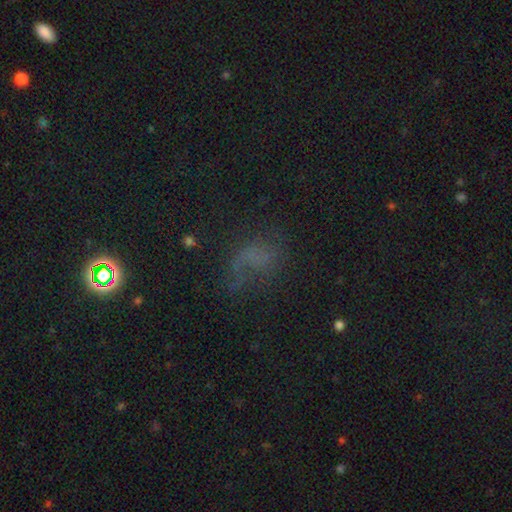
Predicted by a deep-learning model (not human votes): Smooth or featured? Predicted: smooth (p=0.37). Merging? Predicted: none (p=0.46).